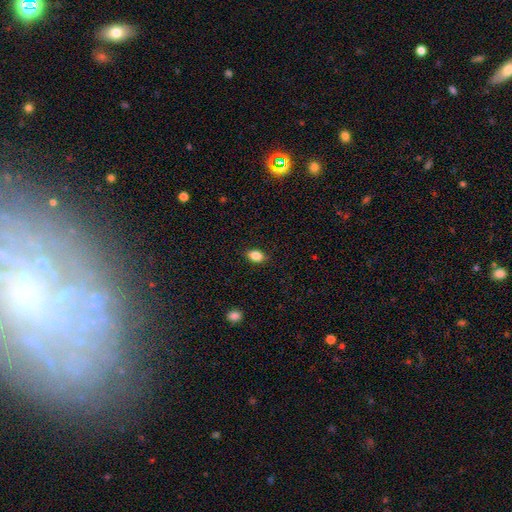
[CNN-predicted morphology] Smooth or featured: smooth — 86% (star or artifact — 9%)
How rounded: in between — 84% (round — 14%)
Merging: none — 88% (minor disturbance — 9%)